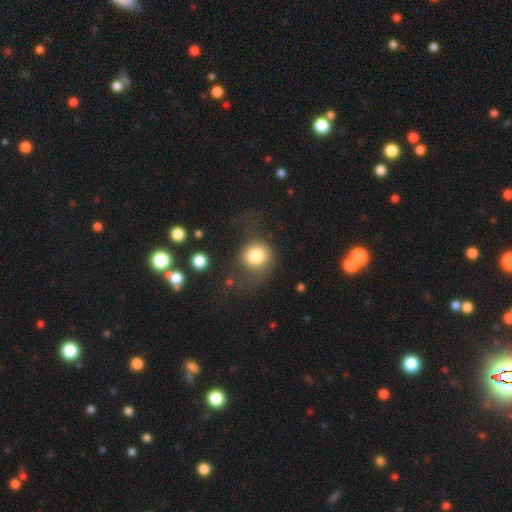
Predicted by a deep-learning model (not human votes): A smooth galaxy with no disk features (78%) that is round (80%).

Vote fractions:
- Smooth or featured? smooth: 78% / featured or disk: 12% / star or artifact: 10%
- How rounded? round: 80% / in between: 19% / cigar-shaped: 1%
- Merging? none: 50% / major disturbance: 25% / minor disturbance: 21% / merger: 4%